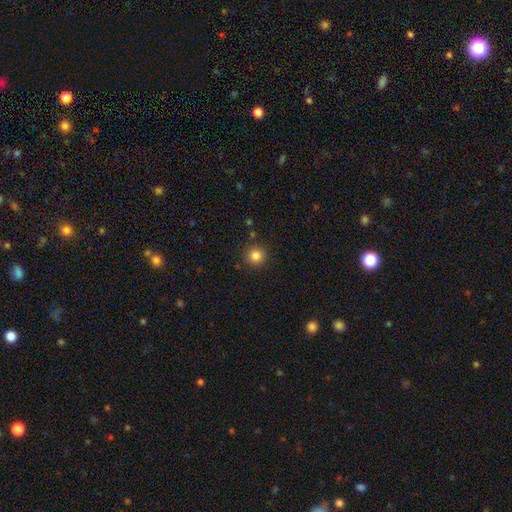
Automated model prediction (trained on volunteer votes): A smooth galaxy with no disk features (83%) that is round (94%). Merging: none (90%).